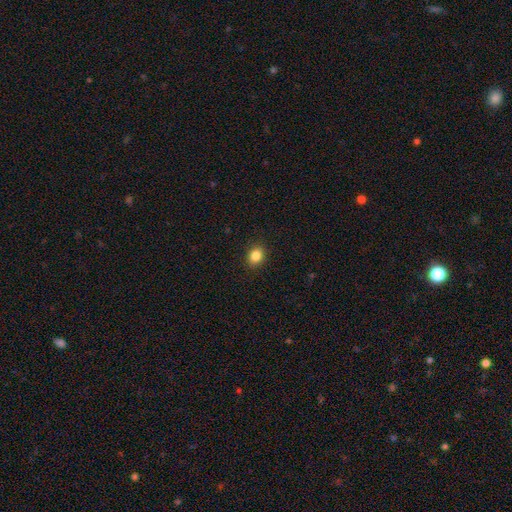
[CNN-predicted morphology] The model was most divided on "how rounded": round: 54%, in between: 45%, cigar-shaped: 1%. More confident: merging — none (90%); smooth or featured — smooth (85%).